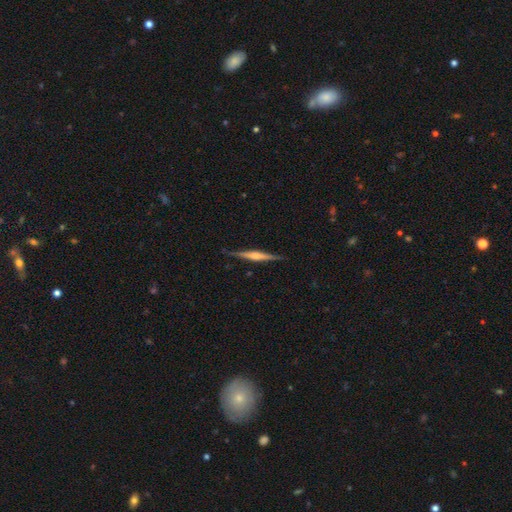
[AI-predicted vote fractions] The model was most divided on "edge-on bulge": rounded: 65%, boxy: 21%, none: 13%. More confident: edge-on disk — yes (98%); merging — none (88%); smooth or featured — featured or disk (72%).